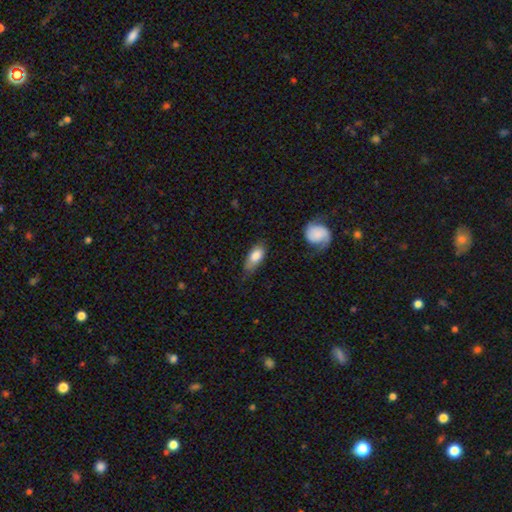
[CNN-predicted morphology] smooth 79%, featured or disk 14%, star or artifact 6%. Down the decision tree: how rounded — in between (85%); merging — none (46%).